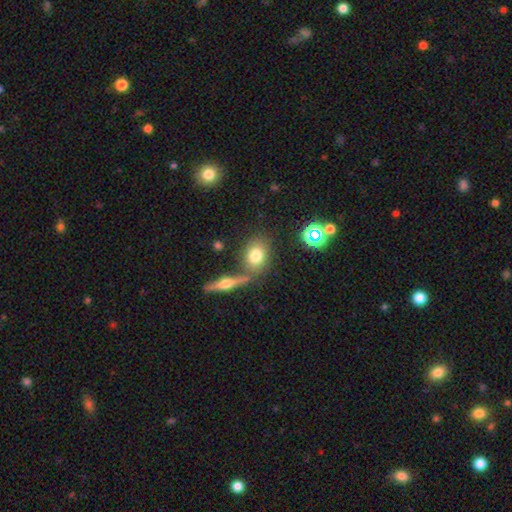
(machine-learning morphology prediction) type=smooth (73%); roundness=in between (54%); merging=none (66%).